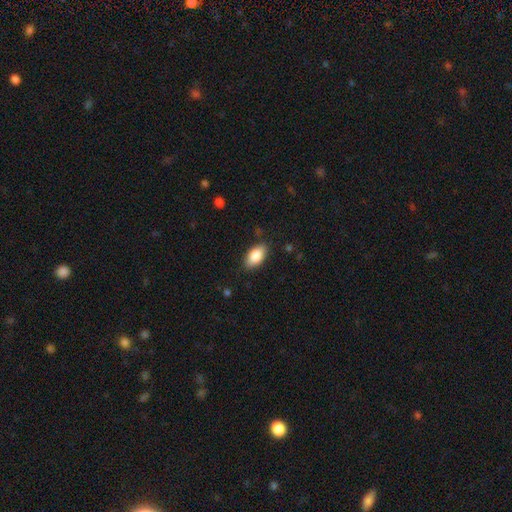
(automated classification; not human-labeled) Smooth or featured: smooth — 85% (featured or disk — 8%)
How rounded: in between — 92% (round — 4%)
Merging: none — 85% (minor disturbance — 11%)